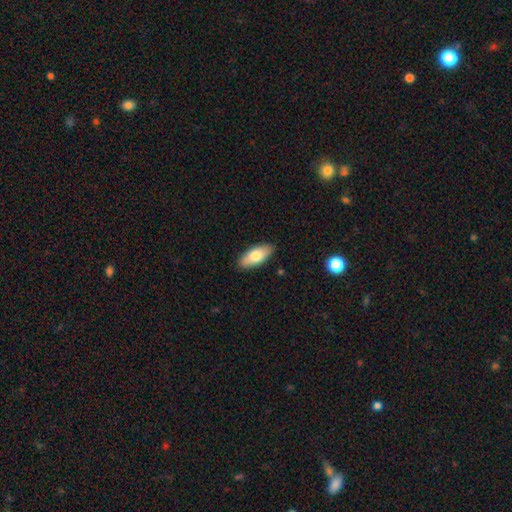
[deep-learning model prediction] smooth_or_featured: smooth (p=0.78) [alt: featured or disk p=0.16]
how_rounded: in between (p=0.83) [alt: cigar-shaped p=0.15]
merging: none (p=0.89) [alt: minor disturbance p=0.08]